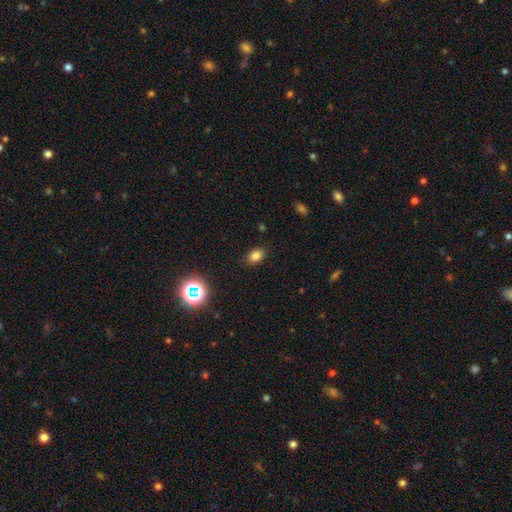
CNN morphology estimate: Smooth or featured: smooth — 78% (star or artifact — 15%)
How rounded: in between — 82% (round — 17%)
Merging: none — 86% (minor disturbance — 10%)